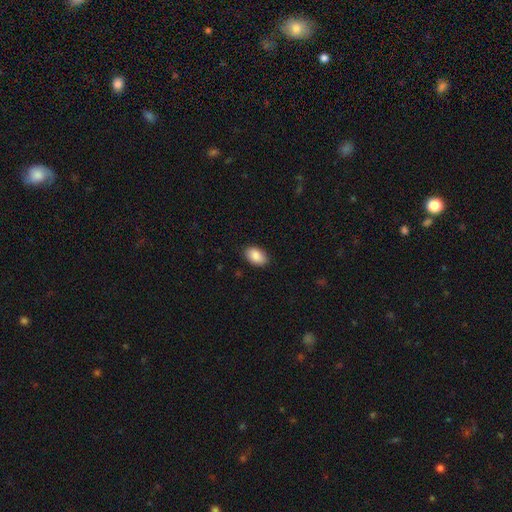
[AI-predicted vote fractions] smooth_or_featured: smooth (p=0.89) [alt: star or artifact p=0.06]
how_rounded: in between (p=0.93) [alt: round p=0.06]
merging: none (p=0.87) [alt: minor disturbance p=0.10]